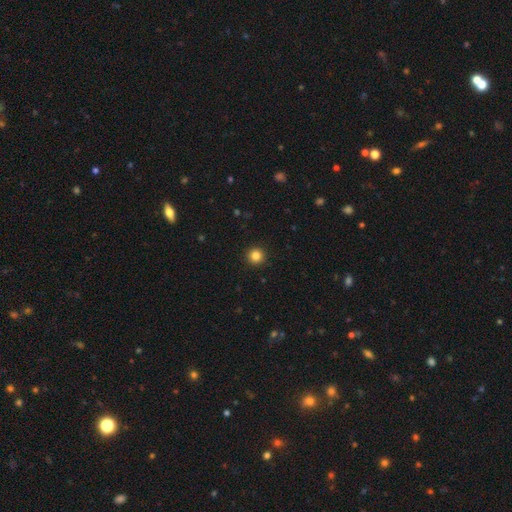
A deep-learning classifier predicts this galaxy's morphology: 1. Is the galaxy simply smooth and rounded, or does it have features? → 85% smooth, 12% star or artifact, 4% featured or disk.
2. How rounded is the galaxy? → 96% round, 3% in between, 1% cigar-shaped.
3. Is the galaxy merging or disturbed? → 93% none, 4% minor disturbance, 2% major disturbance, 1% merger.